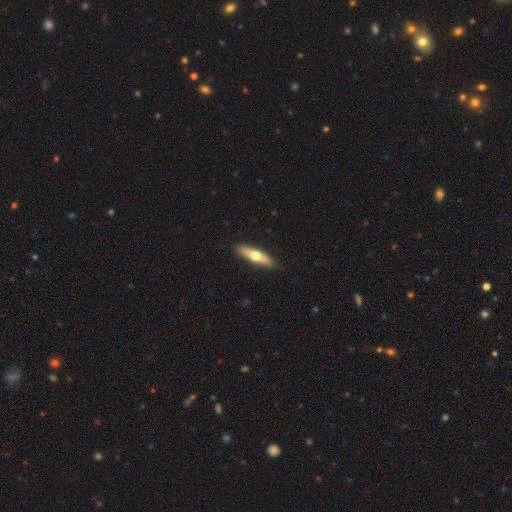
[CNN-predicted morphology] smooth_or_featured: smooth (p=0.57) [alt: featured or disk p=0.37]
how_rounded: cigar-shaped (p=0.68) [alt: in between p=0.30]
merging: none (p=0.90) [alt: minor disturbance p=0.08]